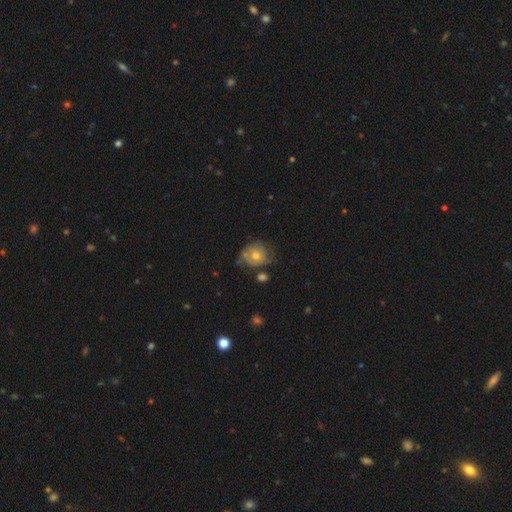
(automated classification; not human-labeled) Smooth or featured: smooth — 52% (featured or disk — 40%)
How rounded: round — 75% (in between — 24%)
Merging: none — 50% (minor disturbance — 29%)